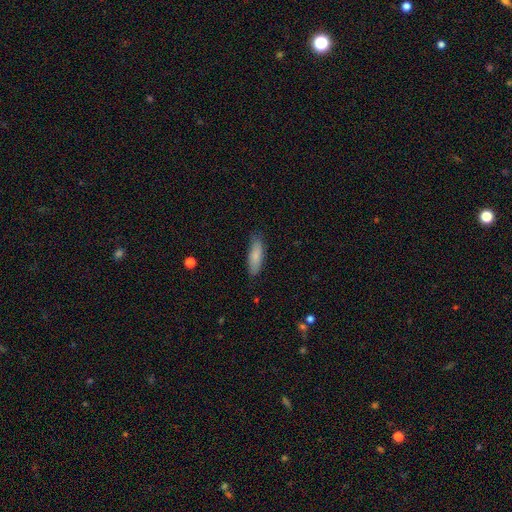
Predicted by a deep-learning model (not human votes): The model was most divided on "how rounded": cigar-shaped: 50%, in between: 48%, round: 2%. More confident: smooth or featured — smooth (83%); merging — none (82%).